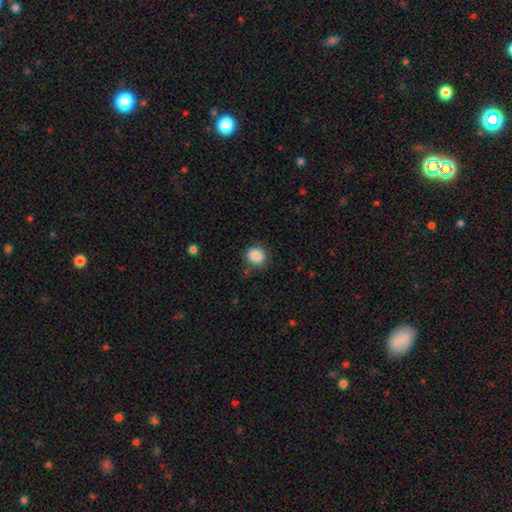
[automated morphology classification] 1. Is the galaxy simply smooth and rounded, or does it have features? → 87% smooth, 9% star or artifact, 4% featured or disk.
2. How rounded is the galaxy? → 78% round, 21% in between, 1% cigar-shaped.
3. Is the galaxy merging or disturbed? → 82% none, 13% minor disturbance, 4% major disturbance, 2% merger.